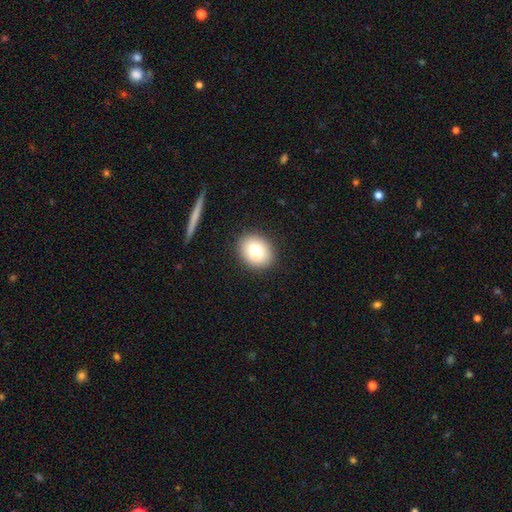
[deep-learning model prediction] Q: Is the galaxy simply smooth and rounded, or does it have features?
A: smooth — 78%.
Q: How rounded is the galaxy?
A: round — 51%.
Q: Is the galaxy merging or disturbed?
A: none — 88%.